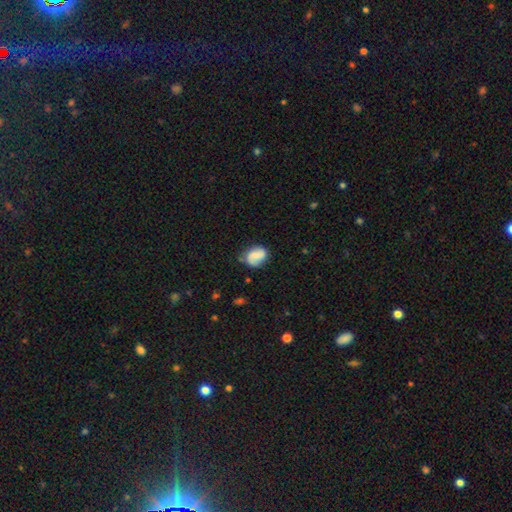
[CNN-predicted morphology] A smooth galaxy with no disk features (48%).

Vote fractions:
- Smooth or featured? smooth: 48% / featured or disk: 44% / star or artifact: 8%
- Merging? none: 66% / minor disturbance: 25% / major disturbance: 7% / merger: 2%